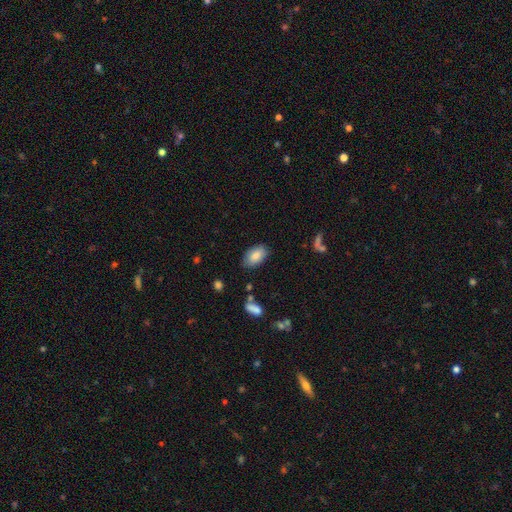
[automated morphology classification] type=smooth (84%); roundness=in between (93%); merging=none (82%).